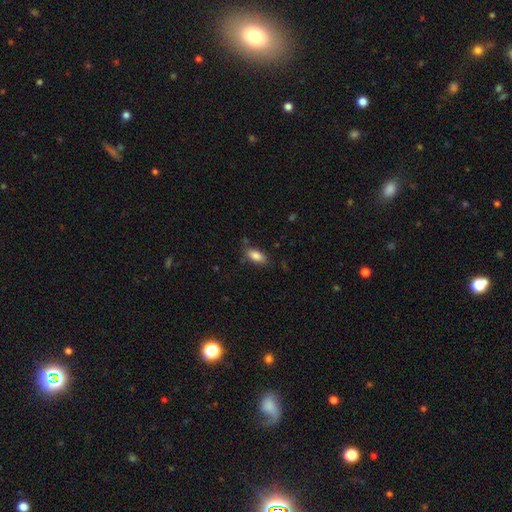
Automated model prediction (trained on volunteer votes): A smooth galaxy with no disk features (85%) that is in between round and cigar-shaped (87%).

Vote fractions:
- Smooth or featured? smooth: 85% / featured or disk: 7% / star or artifact: 7%
- How rounded? in between: 87% / cigar-shaped: 10% / round: 3%
- Merging? none: 79% / minor disturbance: 15% / major disturbance: 4% / merger: 3%